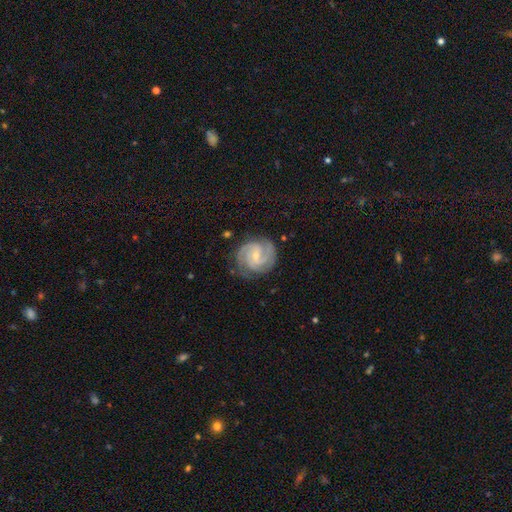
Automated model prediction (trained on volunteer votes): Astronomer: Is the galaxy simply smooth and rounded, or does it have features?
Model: featured or disk — 90%.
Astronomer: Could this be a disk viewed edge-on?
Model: no — 98%.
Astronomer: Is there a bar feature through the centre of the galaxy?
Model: weak — 51% (runner-up: no, 35%).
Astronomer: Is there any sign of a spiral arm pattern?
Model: yes — 98%.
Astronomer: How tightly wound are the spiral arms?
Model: tight — 59% (runner-up: medium, 36%).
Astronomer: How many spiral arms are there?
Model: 2 — 49% (runner-up: 3, 29%).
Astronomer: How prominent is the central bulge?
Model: small — 67%.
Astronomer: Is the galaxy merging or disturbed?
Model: none — 78%.